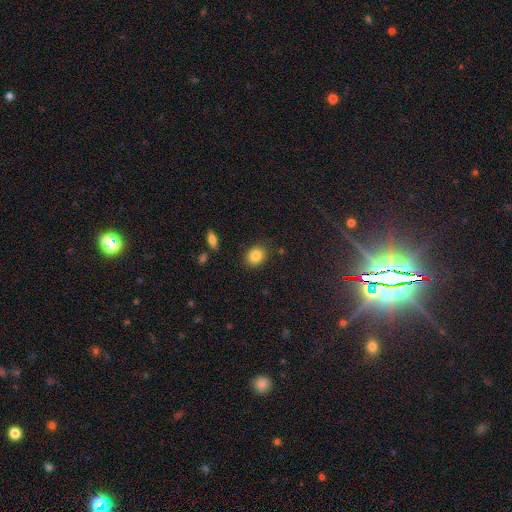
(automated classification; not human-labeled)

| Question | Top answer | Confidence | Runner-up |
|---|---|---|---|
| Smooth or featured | smooth | 84% | star or artifact (9%) |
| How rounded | round | 55% | in between (43%) |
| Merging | none | 86% | minor disturbance (10%) |